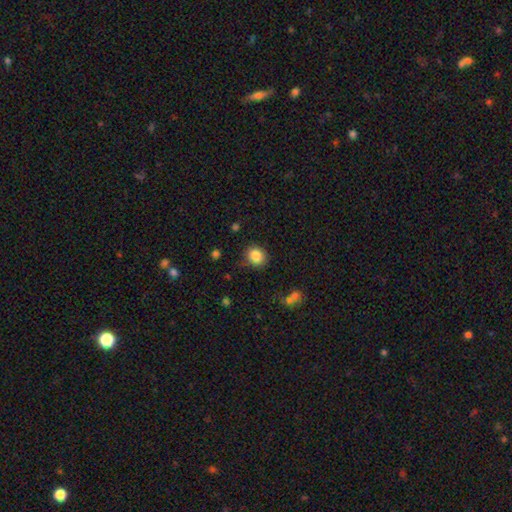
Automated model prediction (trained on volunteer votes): Smooth or featured? smooth (85%)
How rounded? round (70%)
Merging? none (76%)